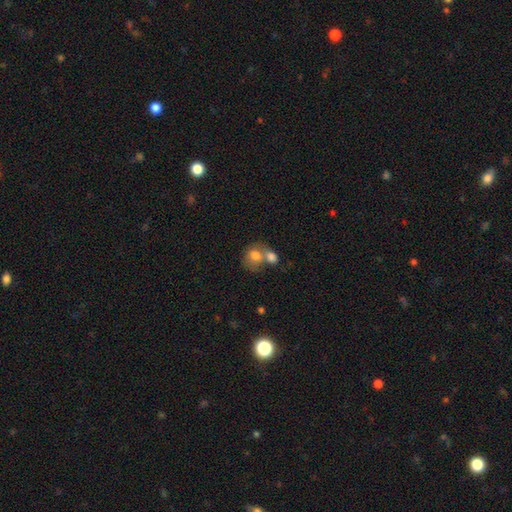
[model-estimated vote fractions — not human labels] A smooth galaxy with no disk features (76%) that is round (55%). Merging: merger (62%).